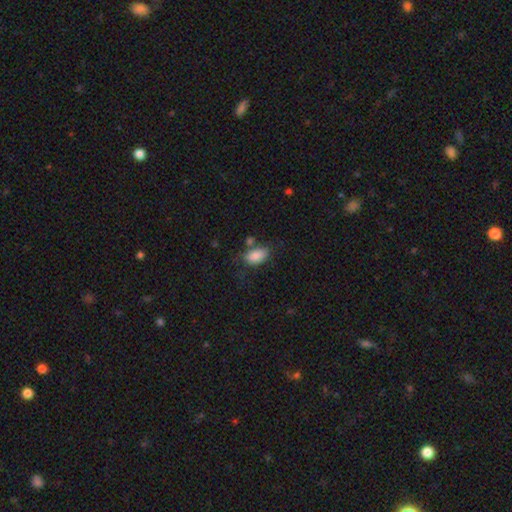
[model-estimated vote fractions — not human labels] This is clearly a smooth galaxy (85%). How rounded: clearly in between (91%). Merging: likely none (60%).